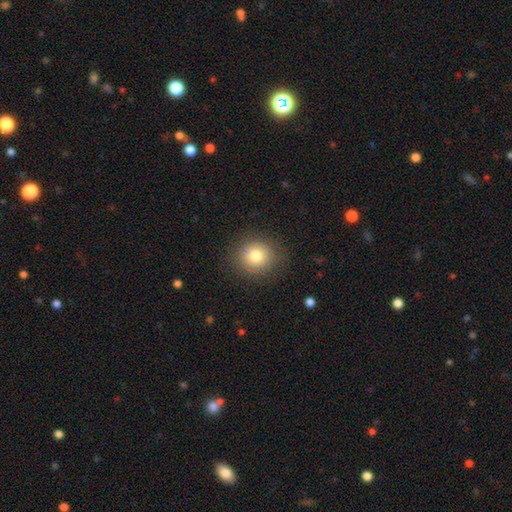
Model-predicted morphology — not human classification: smooth 79%, star or artifact 11%, featured or disk 10%. Down the decision tree: how rounded — round (86%); merging — none (86%).